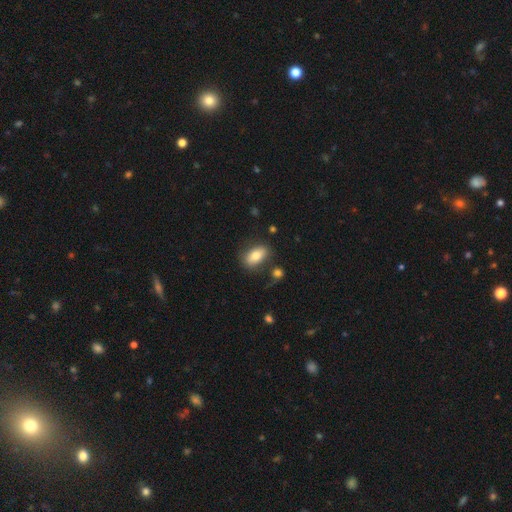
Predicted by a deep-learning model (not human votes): The model was most divided on "merging": none: 75%, minor disturbance: 14%, merger: 6%, major disturbance: 5%. More confident: how rounded — in between (90%); smooth or featured — smooth (78%).